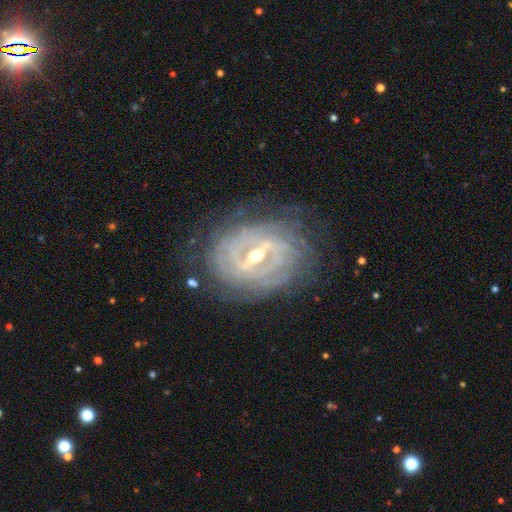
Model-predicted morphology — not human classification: A featured or disk galaxy (89%) with a strong bar (63%), tight (80%) spiral arms (93%) and a moderate central bulge (54%).

Vote fractions:
- Smooth or featured? featured or disk: 89% / star or artifact: 6% / smooth: 5%
- Edge-on disk? no: 94% / yes: 6%
- Bar? strong: 63% / weak: 29% / no: 8%
- Spiral arms? yes: 93% / no: 7%
- Spiral winding? tight: 80% / medium: 16% / loose: 4%
- Spiral arm count? can't tell: 38% / 4: 17% / 2: 15% / 3: 13% / more than 4: 12% / 1: 6%
- Bulge size? moderate: 54% / small: 42% / large: 3% / none: 1% / dominant: 1%
- Merging? none: 79% / minor disturbance: 14% / major disturbance: 6% / merger: 1%